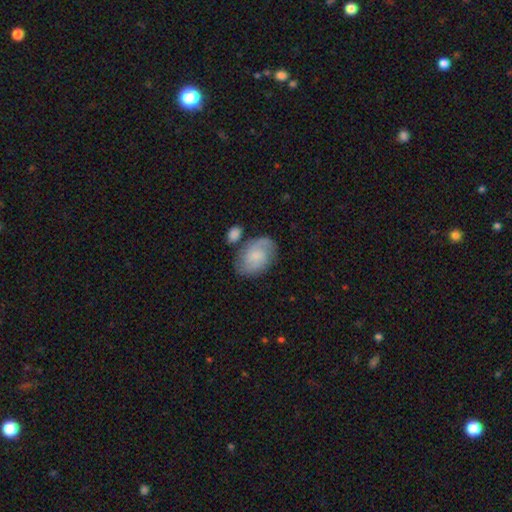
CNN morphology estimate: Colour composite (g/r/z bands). It shows a featured or disk galaxy (57%) with no bar (60%), spiral arms (90%) and a small central bulge (50%). Merging: none (66%).